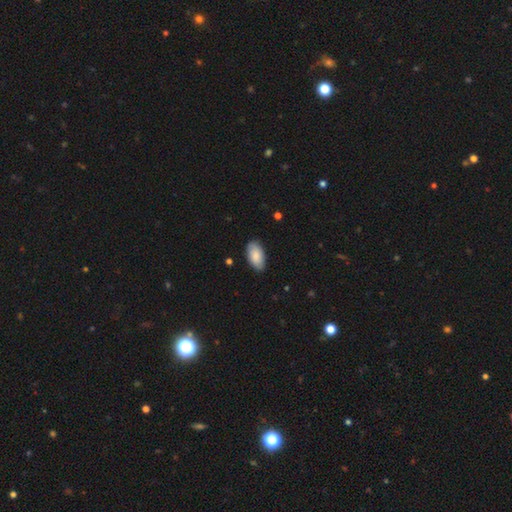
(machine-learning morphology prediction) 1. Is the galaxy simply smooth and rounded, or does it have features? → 83% smooth, 11% featured or disk, 6% star or artifact.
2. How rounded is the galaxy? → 95% in between, 3% round, 2% cigar-shaped.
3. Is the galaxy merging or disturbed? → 83% none, 14% minor disturbance, 2% major disturbance, 1% merger.